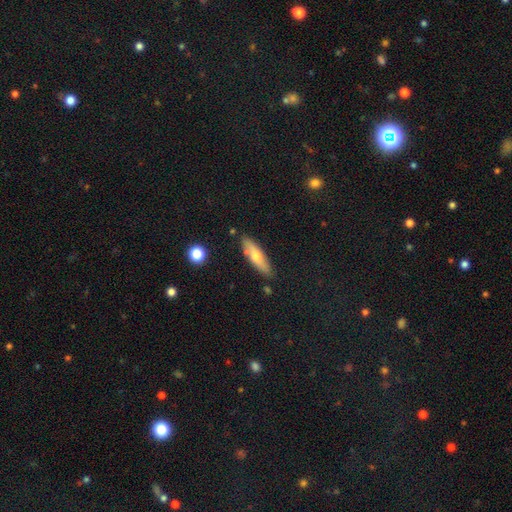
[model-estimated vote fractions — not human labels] This is likely a smooth galaxy (63%). How rounded: possibly cigar-shaped (55%). Merging: clearly none (81%).